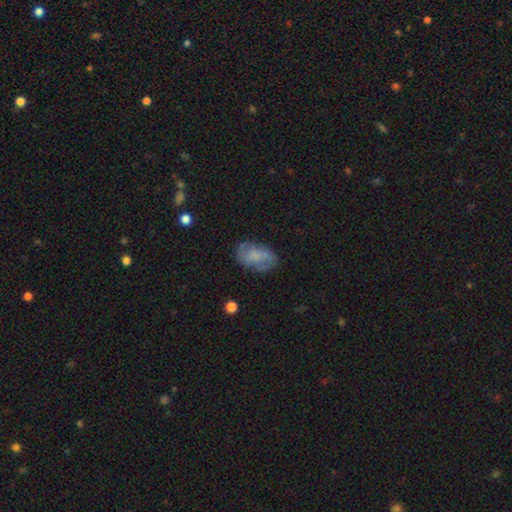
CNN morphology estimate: smooth 62%, featured or disk 30%, star or artifact 9%. Down the decision tree: how rounded — in between (90%); merging — none (64%).